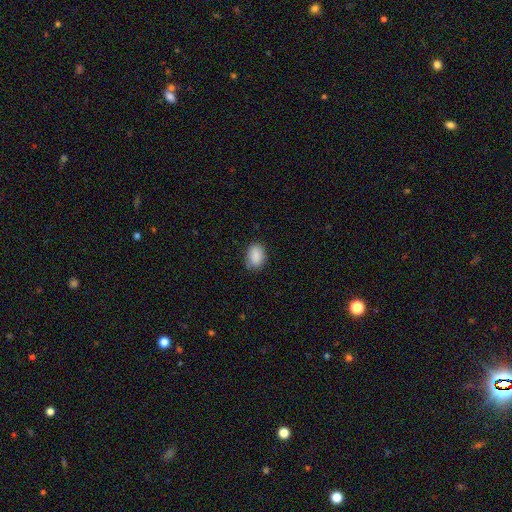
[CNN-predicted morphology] Q: Smooth or featured?
A: smooth (89%); runner-up: star or artifact (7%)
Q: How rounded?
A: in between (77%); runner-up: round (22%)
Q: Merging?
A: none (81%); runner-up: minor disturbance (15%)